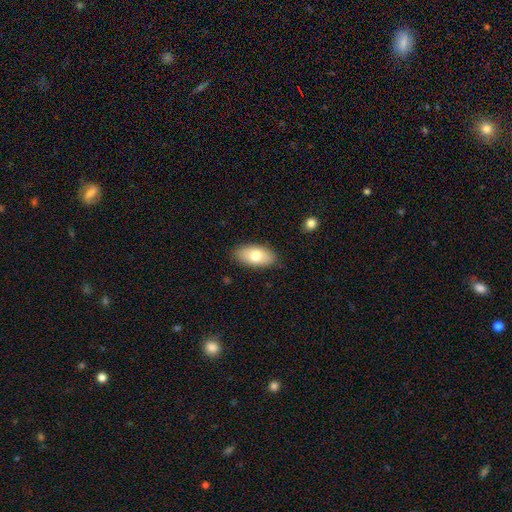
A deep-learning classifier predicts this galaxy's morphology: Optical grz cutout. It shows a smooth galaxy with no disk features (76%) that is in between round and cigar-shaped (92%). Merging: none (86%).